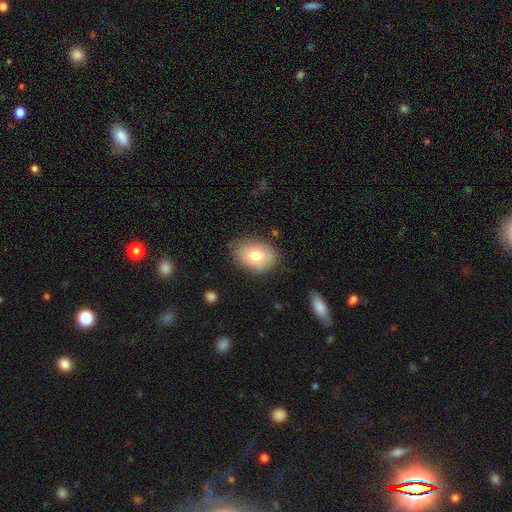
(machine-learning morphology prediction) Smooth or featured? smooth (75%)
How rounded? in between (74%)
Merging? none (78%)